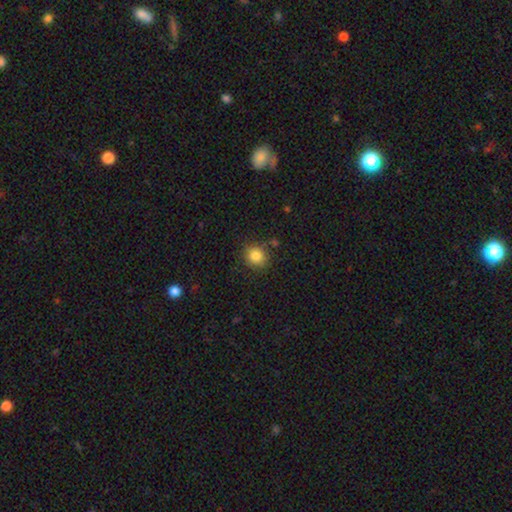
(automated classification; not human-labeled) Overall: smooth (84%). How rounded: round (81%). Merging: none (82%).